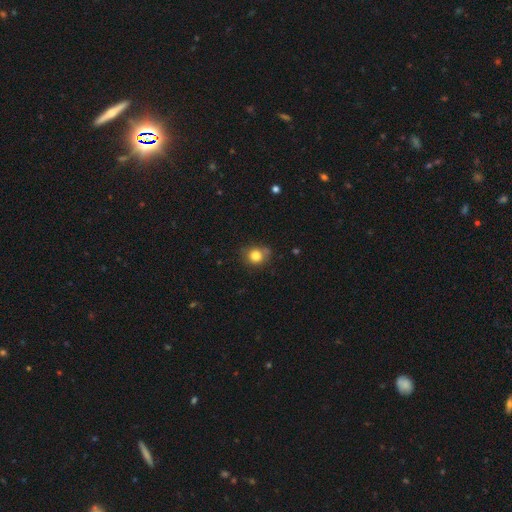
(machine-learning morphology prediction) smooth_or_featured: smooth (p=0.82) [alt: star or artifact p=0.11]
how_rounded: round (p=0.80) [alt: in between p=0.19]
merging: none (p=0.72) [alt: minor disturbance p=0.18]